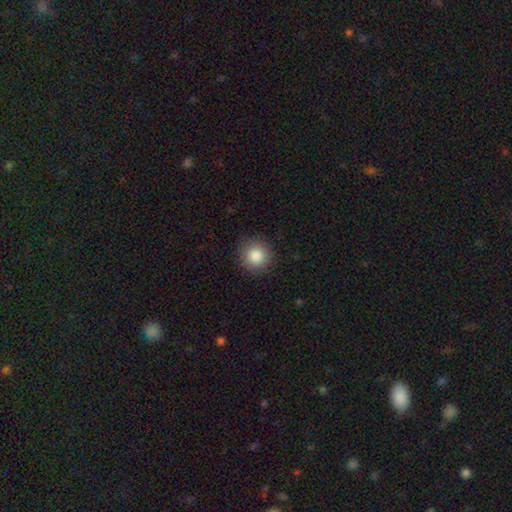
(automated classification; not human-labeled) The model was most divided on "smooth or featured": smooth: 85%, star or artifact: 9%, featured or disk: 6%. More confident: how rounded — round (93%); merging — none (90%).